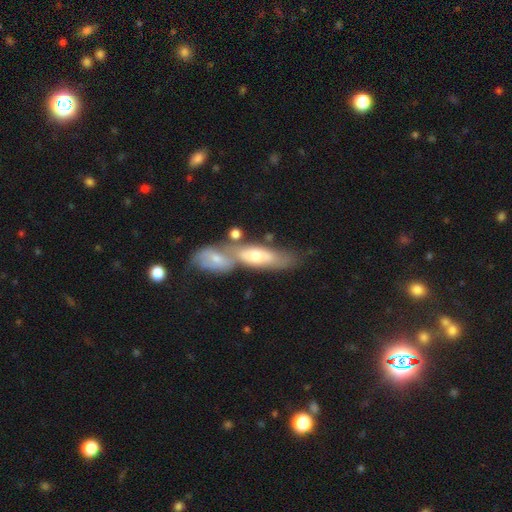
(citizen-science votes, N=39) Morphology: type=featured or disk (49%); edge-on=no (79%); bar=no (80%); spiral arms=no (60%); bulge=moderate (60%); merging=merger (62%).